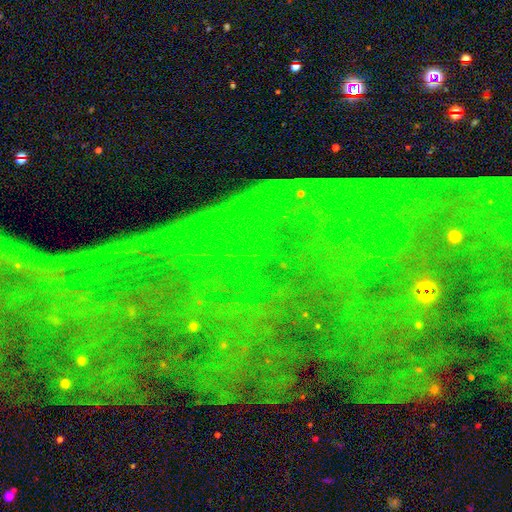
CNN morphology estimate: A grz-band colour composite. It shows a star or artifact, not a galaxy (84%).